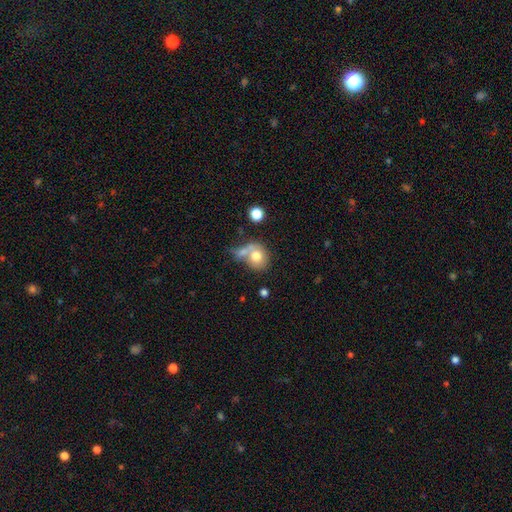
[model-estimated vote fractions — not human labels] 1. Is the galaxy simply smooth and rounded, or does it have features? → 72% smooth, 19% featured or disk, 9% star or artifact.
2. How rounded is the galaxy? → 71% round, 28% in between, 1% cigar-shaped.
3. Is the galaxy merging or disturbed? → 41% merger, 34% none, 14% minor disturbance, 11% major disturbance.